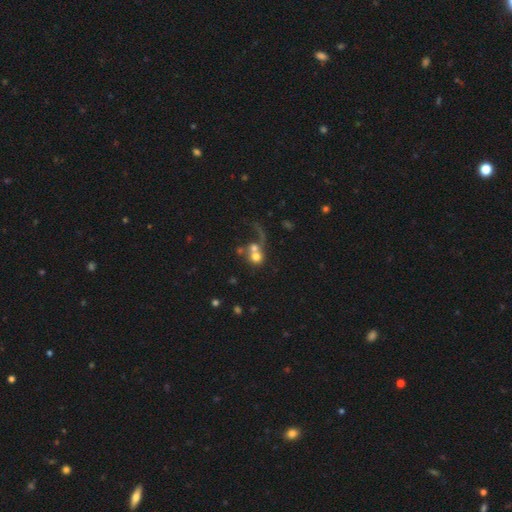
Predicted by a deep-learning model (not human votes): This is possibly a smooth galaxy (57%). How rounded: clearly round (81%). Merging: possibly merger (59%).